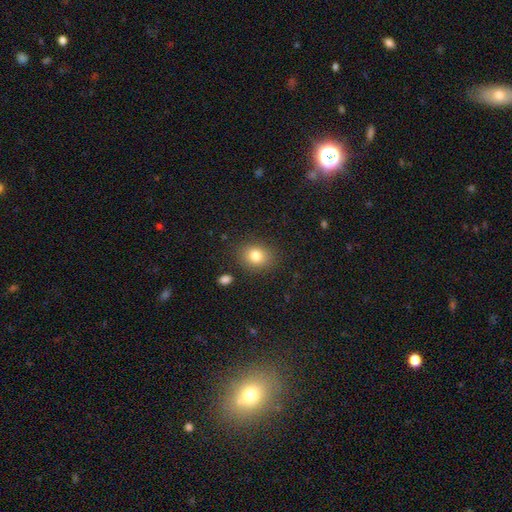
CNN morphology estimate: Smooth or featured? smooth (81%)
How rounded? round (57%)
Merging? none (85%)